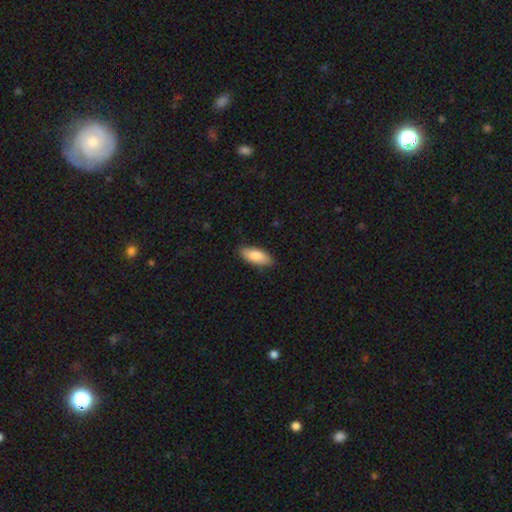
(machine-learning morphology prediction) Smooth or featured? Predicted: smooth (p=0.85). How rounded? Predicted: in between (p=0.83). Merging? Predicted: none (p=0.85).